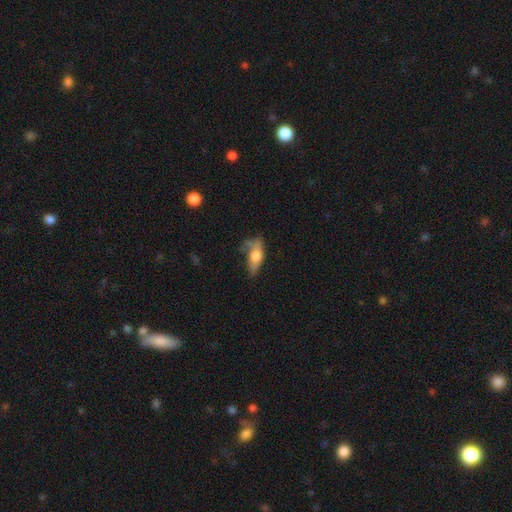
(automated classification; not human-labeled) A smooth galaxy with no disk features (61%) that is in between round and cigar-shaped (69%). Merging: none (38%).